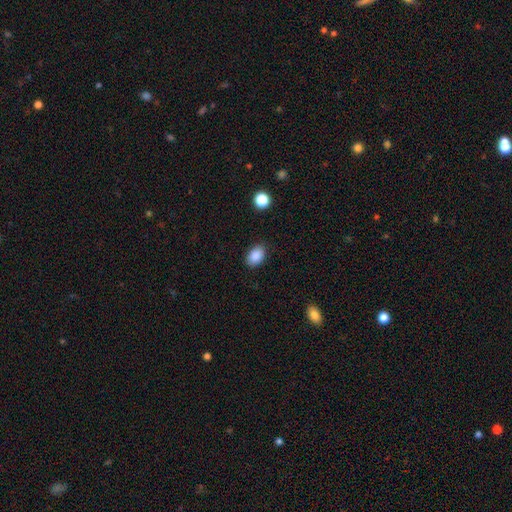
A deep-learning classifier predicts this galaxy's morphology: Smooth or featured?
  - smooth: 88% *
  - star or artifact: 8%
  - featured or disk: 4%
How rounded?
  - in between: 82% *
  - round: 16%
  - cigar-shaped: 1%
Merging?
  - none: 85% *
  - minor disturbance: 11%
  - major disturbance: 3%
  - merger: 1%